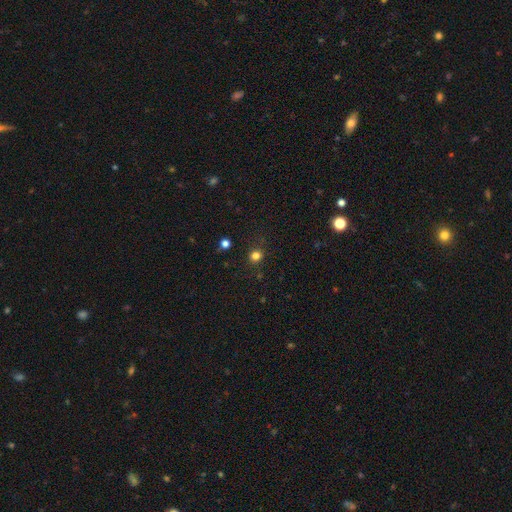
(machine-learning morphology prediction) Smooth or featured: smooth — 79% (star or artifact — 16%)
How rounded: round — 83% (in between — 16%)
Merging: none — 85% (minor disturbance — 10%)